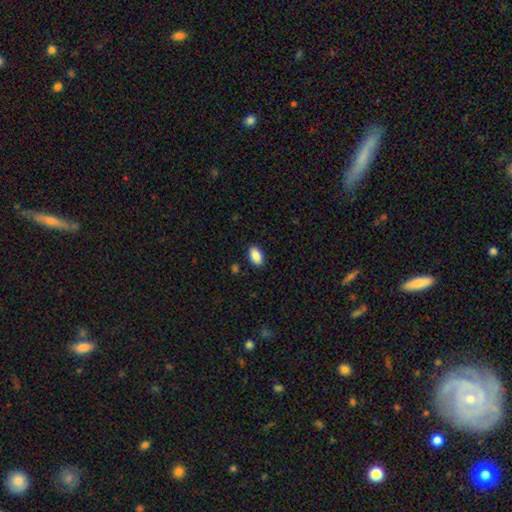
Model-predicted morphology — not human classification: smooth_or_featured: smooth (p=0.89) [alt: star or artifact p=0.07]
how_rounded: in between (p=0.93) [alt: round p=0.05]
merging: none (p=0.88) [alt: minor disturbance p=0.08]